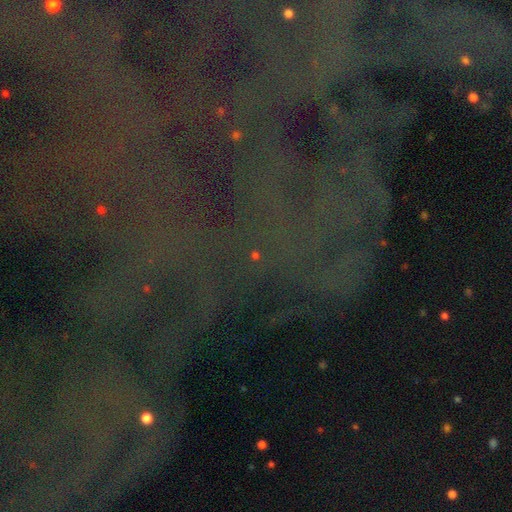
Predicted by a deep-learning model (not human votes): smooth_or_featured: star or artifact (p=0.79) [alt: smooth p=0.12]